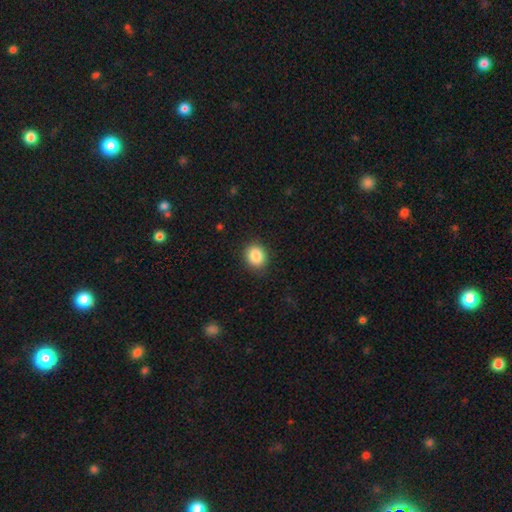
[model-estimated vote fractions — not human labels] Smooth or featured? Predicted: smooth (p=0.87). How rounded? Predicted: round (p=0.66). Merging? Predicted: none (p=0.88).